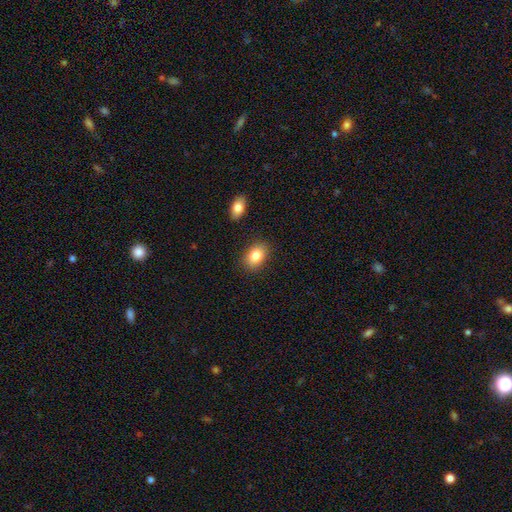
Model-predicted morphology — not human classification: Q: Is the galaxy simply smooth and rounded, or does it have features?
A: smooth — 83%.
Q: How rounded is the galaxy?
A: in between — 81%.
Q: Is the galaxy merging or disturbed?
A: none — 85%.